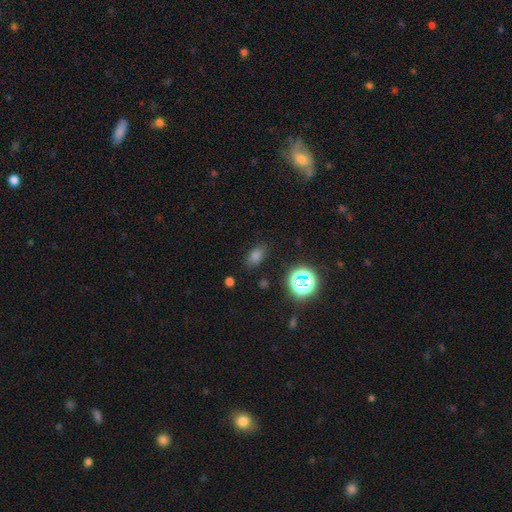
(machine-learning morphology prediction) Smooth or featured? smooth (71%)
How rounded? in between (83%)
Merging? none (82%)